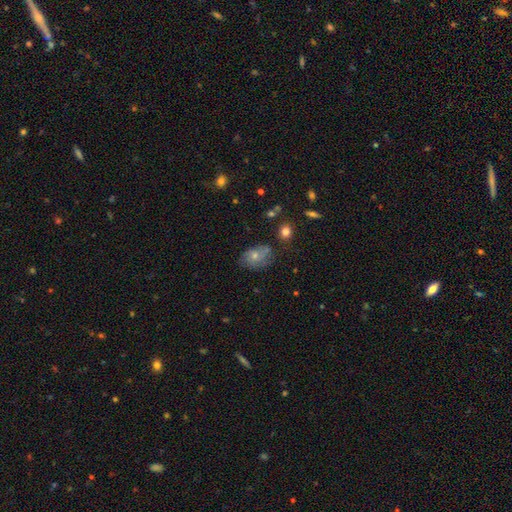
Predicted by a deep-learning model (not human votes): smooth 57%, featured or disk 32%, star or artifact 11%. Down the decision tree: how rounded — in between (77%); merging — none (54%).